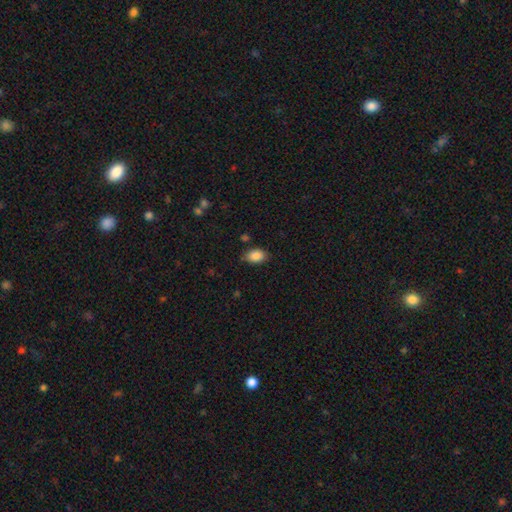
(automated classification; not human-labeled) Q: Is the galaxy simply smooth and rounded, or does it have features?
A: smooth — 88%.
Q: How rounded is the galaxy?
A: in between — 86%.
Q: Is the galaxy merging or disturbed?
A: none — 77%.